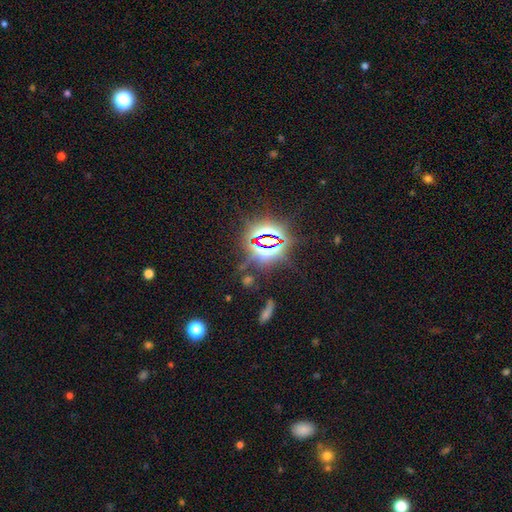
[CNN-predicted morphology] smooth_or_featured: star or artifact (p=0.82) [alt: smooth p=0.11]